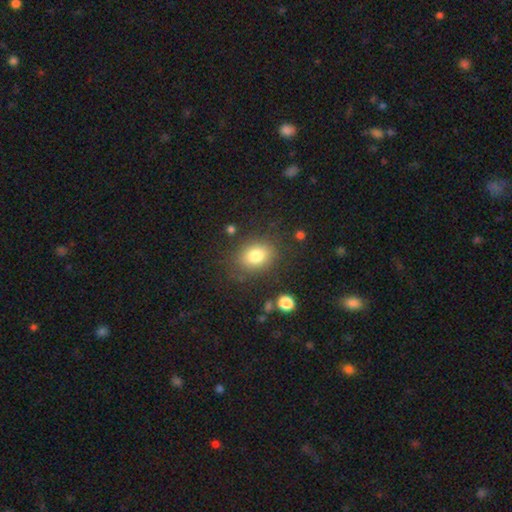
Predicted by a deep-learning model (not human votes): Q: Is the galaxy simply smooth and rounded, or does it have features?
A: smooth — 80%.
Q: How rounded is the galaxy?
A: in between — 56%.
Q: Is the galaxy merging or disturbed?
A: none — 81%.